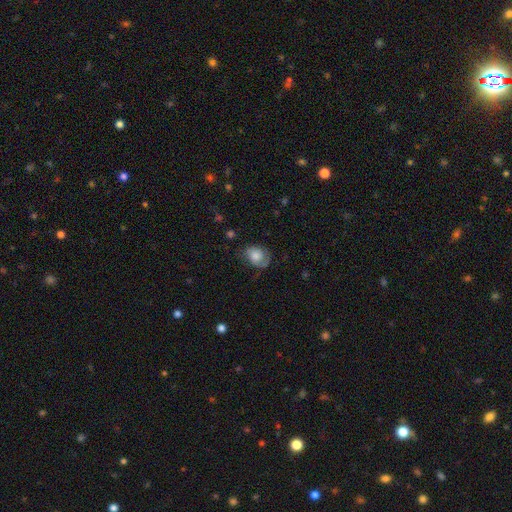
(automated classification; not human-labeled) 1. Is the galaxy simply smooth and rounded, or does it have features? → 50% smooth, 42% featured or disk, 8% star or artifact.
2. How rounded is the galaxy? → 57% in between, 41% round, 1% cigar-shaped.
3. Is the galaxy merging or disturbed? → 58% none, 26% minor disturbance, 15% major disturbance, 1% merger.